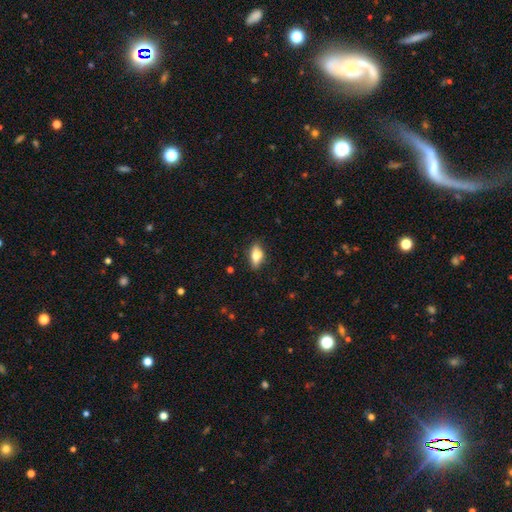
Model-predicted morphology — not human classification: Q: Smooth or featured?
A: smooth (72%); runner-up: featured or disk (20%)
Q: How rounded?
A: in between (82%); runner-up: cigar-shaped (13%)
Q: Merging?
A: none (79%); runner-up: minor disturbance (16%)